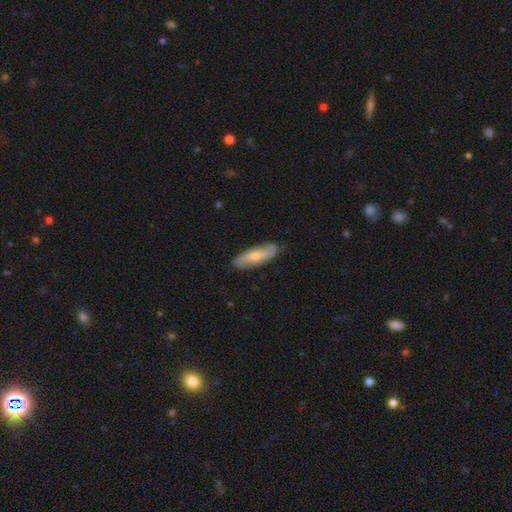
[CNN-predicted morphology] featured or disk 51%, smooth 43%, star or artifact 6%. Down the decision tree: edge-on disk — no (79%); merging — none (83%).